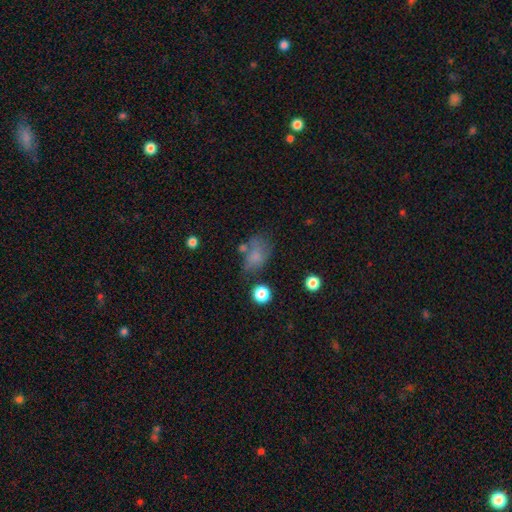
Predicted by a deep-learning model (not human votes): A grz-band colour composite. It shows a smooth galaxy with no disk features (67%) that is in between round and cigar-shaped (78%). Merging: none (38%).